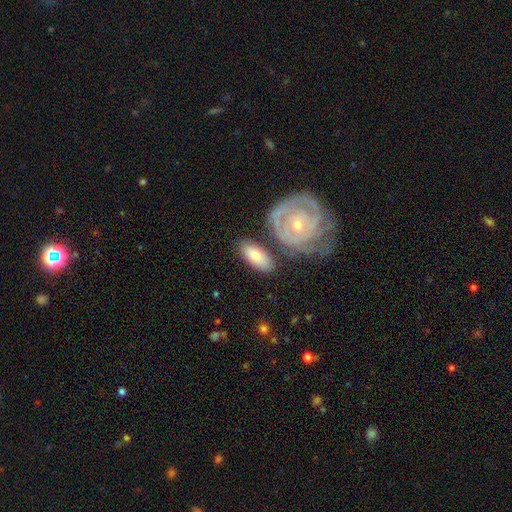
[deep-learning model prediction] smooth 67%, featured or disk 28%, star or artifact 5%. Down the decision tree: how rounded — in between (87%); merging — none (68%).